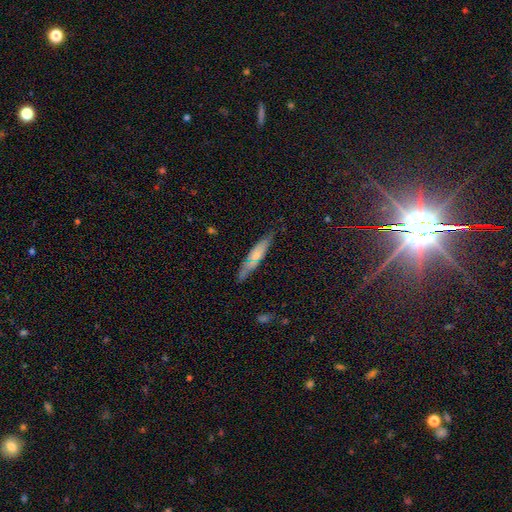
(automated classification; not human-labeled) Overall: smooth (55%; featured or disk 37%). How rounded: cigar-shaped (84%). Merging: none (78%).